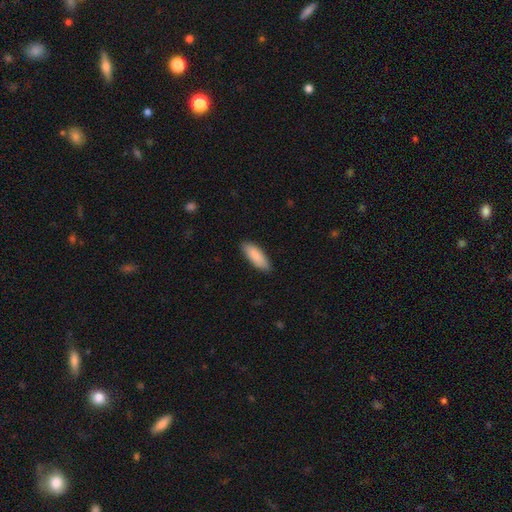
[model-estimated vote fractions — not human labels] smooth-or-featured: smooth: 89% | star or artifact: 5% | featured or disk: 5%
  how-rounded: in between: 68% | cigar-shaped: 30% | round: 1%
  merging: none: 86% | minor disturbance: 11% | major disturbance: 2% | merger: 1%